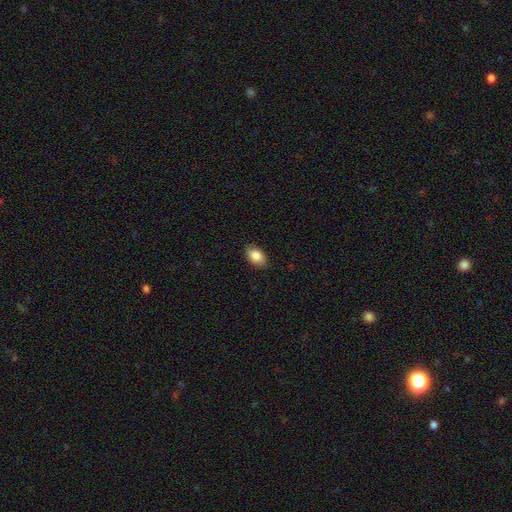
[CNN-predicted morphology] smooth-or-featured: smooth: 88% | star or artifact: 7% | featured or disk: 5%
  how-rounded: in between: 88% | round: 10% | cigar-shaped: 1%
  merging: none: 87% | minor disturbance: 10% | major disturbance: 2% | merger: 1%